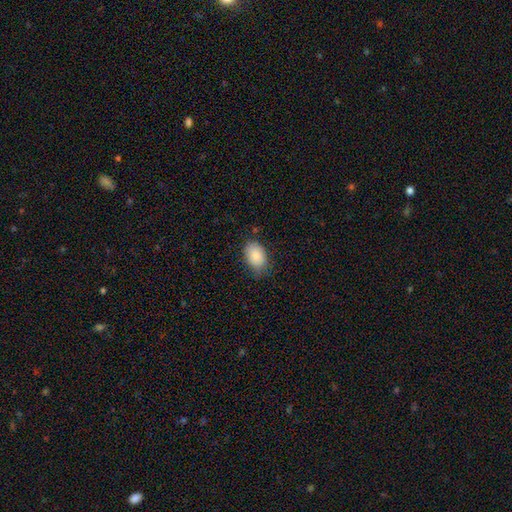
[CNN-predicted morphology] This appears to be a smooth galaxy with no disk features (88%) that is in between round and cigar-shaped (87%). Merging: none (70%).